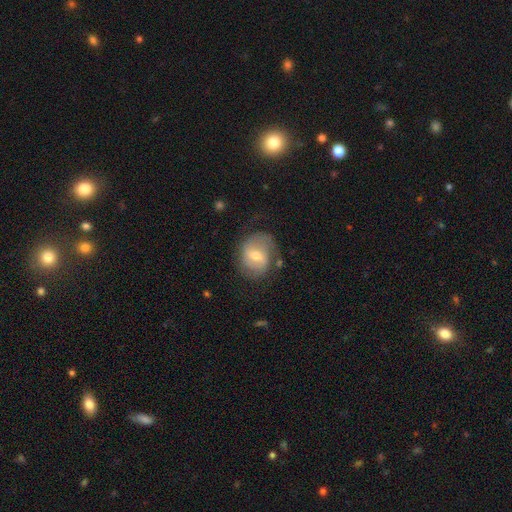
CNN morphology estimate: A featured or disk galaxy (57%) with a weak bar (53%), spiral arms (76%) and a moderate central bulge (62%).

Vote fractions:
- Smooth or featured? featured or disk: 57% / smooth: 36% / star or artifact: 7%
- Edge-on disk? no: 97% / yes: 3%
- Bar? weak: 53% / no: 27% / strong: 20%
- Spiral arms? yes: 76% / no: 24%
- Bulge size? moderate: 62% / small: 32% / large: 4% / none: 1% / dominant: 1%
- Merging? none: 63% / minor disturbance: 23% / major disturbance: 12% / merger: 2%